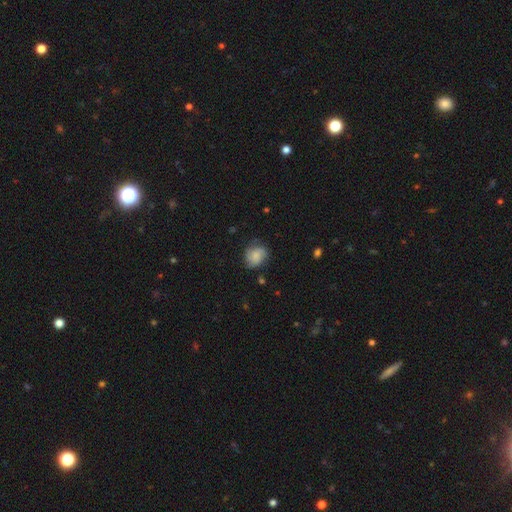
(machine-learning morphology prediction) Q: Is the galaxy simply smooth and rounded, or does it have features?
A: smooth — 57%.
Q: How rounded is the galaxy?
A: round — 60%.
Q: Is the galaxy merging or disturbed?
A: none — 66%.